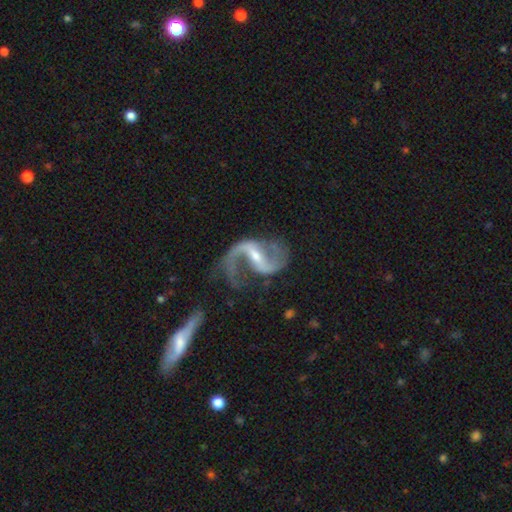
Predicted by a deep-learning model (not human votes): Q: Smooth or featured?
A: featured or disk (91%); runner-up: star or artifact (5%)
Q: Edge-on disk?
A: no (97%); runner-up: yes (3%)
Q: Bar?
A: strong (50%); runner-up: weak (37%)
Q: Spiral arms?
A: yes (96%); runner-up: no (4%)
Q: Spiral winding?
A: loose (66%); runner-up: medium (28%)
Q: Spiral arm count?
A: 2 (88%); runner-up: 1 (7%)
Q: Bulge size?
A: small (57%); runner-up: moderate (37%)
Q: Merging?
A: none (54%); runner-up: major disturbance (23%)